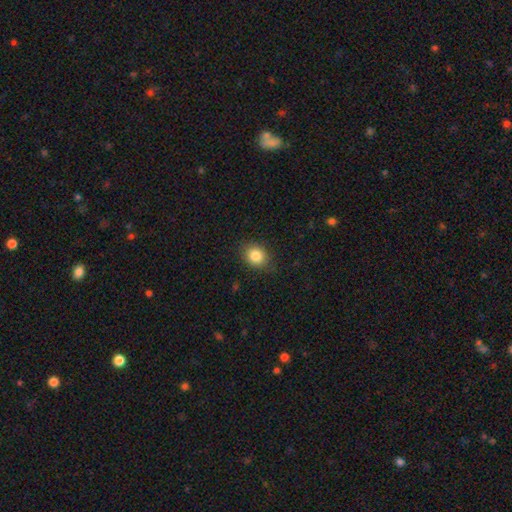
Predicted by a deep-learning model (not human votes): smooth 84%, star or artifact 10%, featured or disk 6%. Down the decision tree: how rounded — round (64%); merging — none (85%).